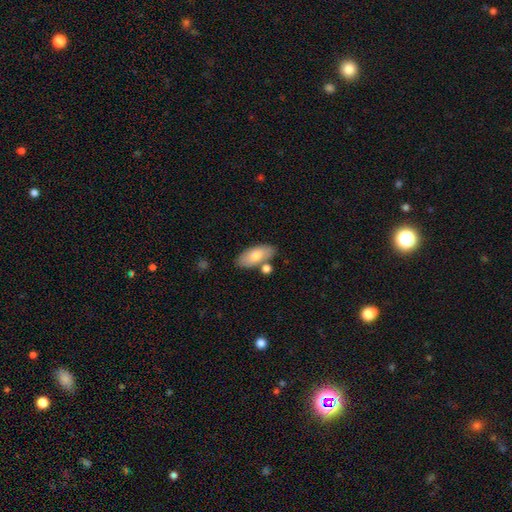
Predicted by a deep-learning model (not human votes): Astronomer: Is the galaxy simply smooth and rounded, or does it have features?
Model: smooth — 75%.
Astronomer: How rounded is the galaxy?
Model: in between — 88%.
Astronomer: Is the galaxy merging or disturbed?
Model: none — 72%.